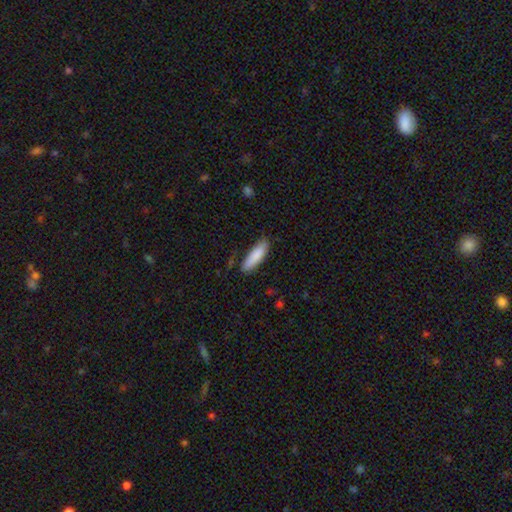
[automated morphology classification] smooth 86%, featured or disk 8%, star or artifact 6%. Down the decision tree: how rounded — cigar-shaped (57%); merging — none (79%).